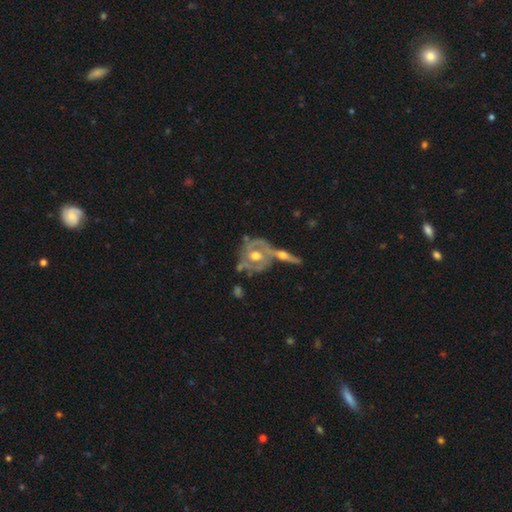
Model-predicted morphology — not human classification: Smooth or featured? Predicted: featured or disk (p=0.82). Edge-on disk? Predicted: no (p=0.91). Bar? Predicted: no (p=0.67). Spiral arms? Predicted: yes (p=0.80). Spiral winding? Predicted: tight (p=0.58). Spiral arm count? Predicted: 2 (p=0.40). Bulge size? Predicted: moderate (p=0.75). Merging? Predicted: none (p=0.44).